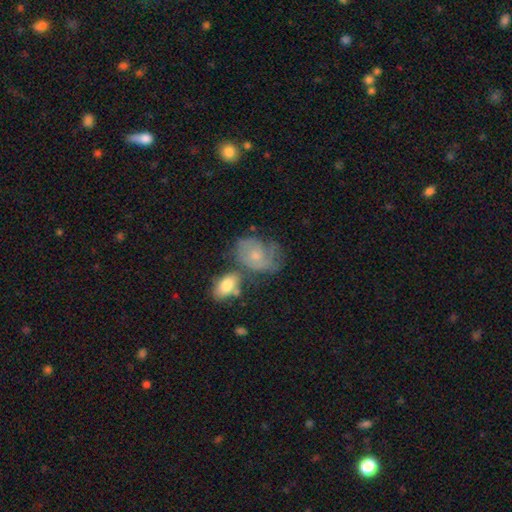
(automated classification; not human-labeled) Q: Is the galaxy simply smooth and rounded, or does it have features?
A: featured or disk — 60%.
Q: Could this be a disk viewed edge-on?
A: no — 97%.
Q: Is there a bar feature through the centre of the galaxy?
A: no — 79%.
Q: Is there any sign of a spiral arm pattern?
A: yes — 80%.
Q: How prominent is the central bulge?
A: small — 64%.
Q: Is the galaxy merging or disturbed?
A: none — 39%.